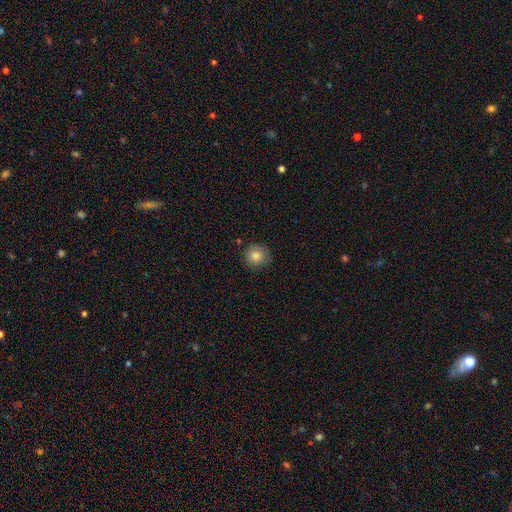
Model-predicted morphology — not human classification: smooth-or-featured: smooth: 84% | star or artifact: 10% | featured or disk: 6%
  how-rounded: round: 94% | in between: 5% | cigar-shaped: 1%
  merging: none: 86% | minor disturbance: 10% | major disturbance: 2% | merger: 2%